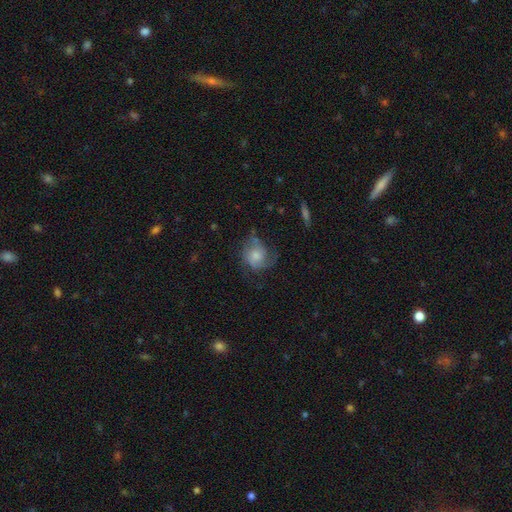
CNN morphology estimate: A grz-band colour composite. It shows a smooth galaxy with no disk features (57%) that is round (70%). Merging: none (45%).